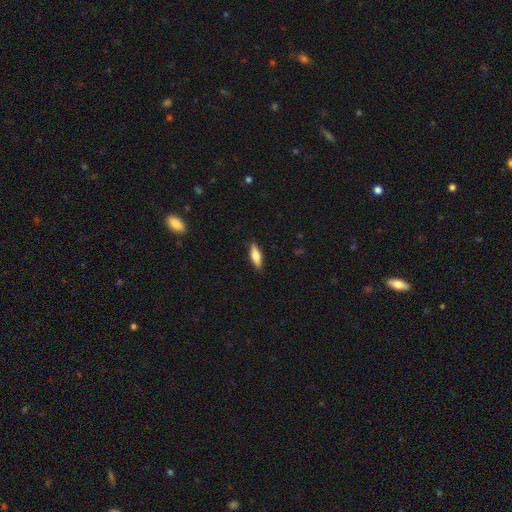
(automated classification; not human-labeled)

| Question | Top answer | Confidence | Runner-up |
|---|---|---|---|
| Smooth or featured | smooth | 66% | featured or disk (27%) |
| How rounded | cigar-shaped | 51% | in between (47%) |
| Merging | none | 86% | minor disturbance (11%) |